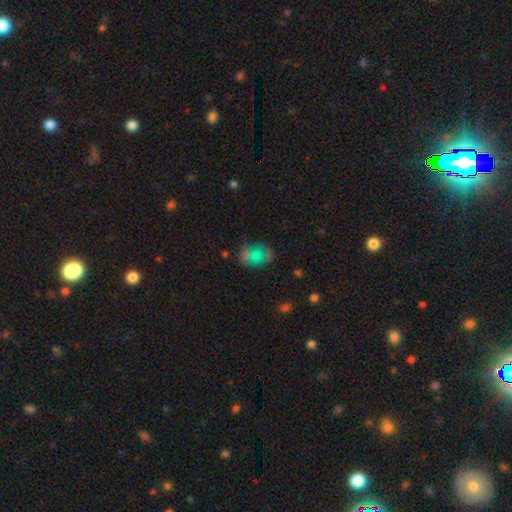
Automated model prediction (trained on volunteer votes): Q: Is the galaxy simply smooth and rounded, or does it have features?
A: smooth — 56%.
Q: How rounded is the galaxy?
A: round — 49%, tied with in between.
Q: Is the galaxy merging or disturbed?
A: none — 56%.